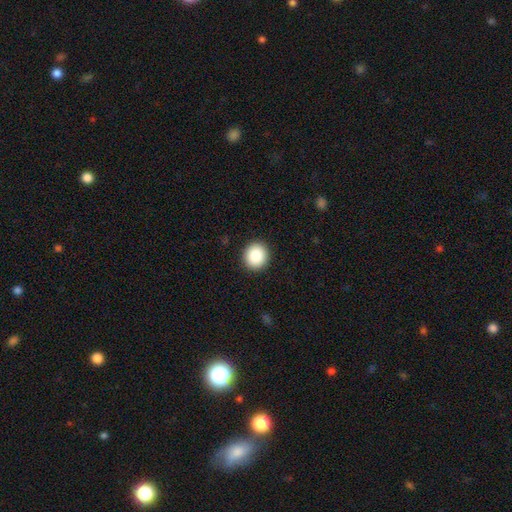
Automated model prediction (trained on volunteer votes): smooth-or-featured: smooth: 87% | star or artifact: 8% | featured or disk: 4%
  how-rounded: round: 89% | in between: 10% | cigar-shaped: 1%
  merging: none: 92% | minor disturbance: 5% | major disturbance: 2% | merger: 1%